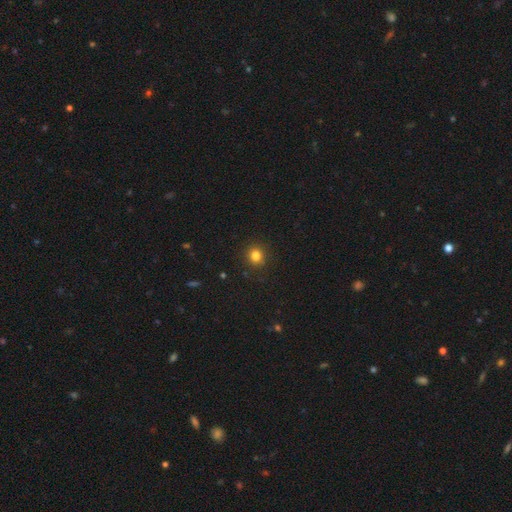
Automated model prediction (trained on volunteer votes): Q: Smooth or featured?
A: smooth (82%); runner-up: star or artifact (13%)
Q: How rounded?
A: round (86%); runner-up: in between (13%)
Q: Merging?
A: none (90%); runner-up: minor disturbance (7%)